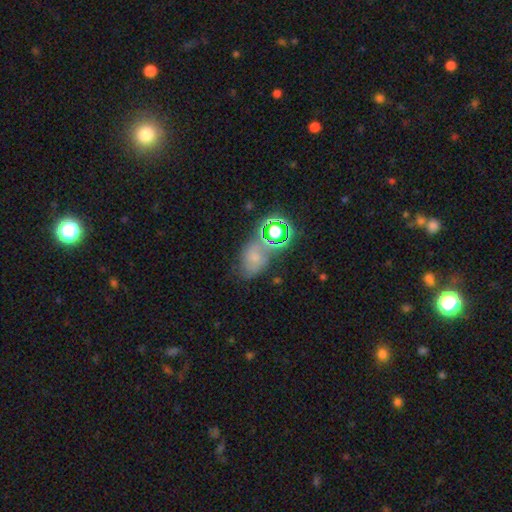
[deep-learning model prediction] Morphology: type=smooth (44%); merging=none (51%).